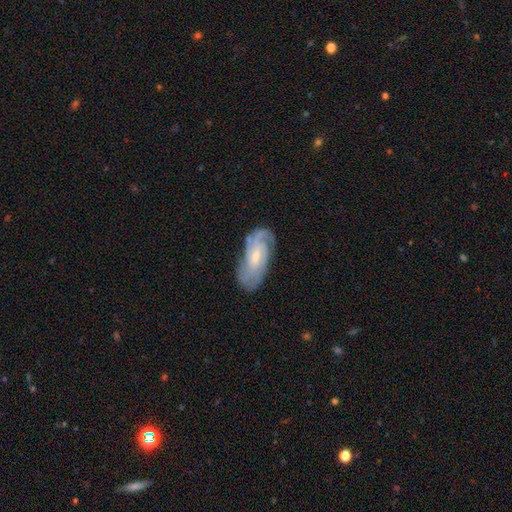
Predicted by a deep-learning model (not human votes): featured or disk 77%, smooth 16%, star or artifact 6%. Down the decision tree: edge-on disk — no (93%); bar — weak (48%); spiral arms — yes (94%); spiral arm count — can't tell (33%); spiral winding — tight (57%); bulge size — small (54%); merging — none (74%).